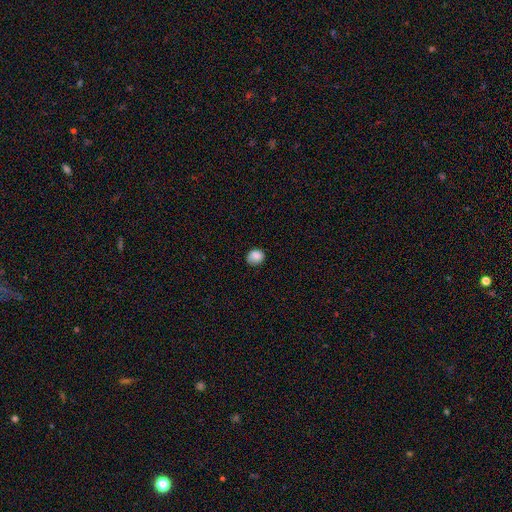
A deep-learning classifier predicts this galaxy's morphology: Smooth or featured? Predicted: smooth (p=0.86). How rounded? Predicted: round (p=0.74). Merging? Predicted: none (p=0.75).